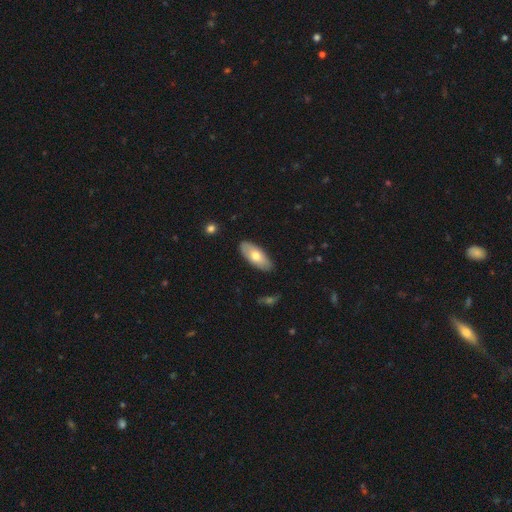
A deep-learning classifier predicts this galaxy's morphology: Smooth or featured?
  - smooth: 67% *
  - featured or disk: 27%
  - star or artifact: 5%
How rounded?
  - in between: 82% *
  - cigar-shaped: 16%
  - round: 2%
Merging?
  - none: 86% *
  - minor disturbance: 10%
  - major disturbance: 2%
  - merger: 1%